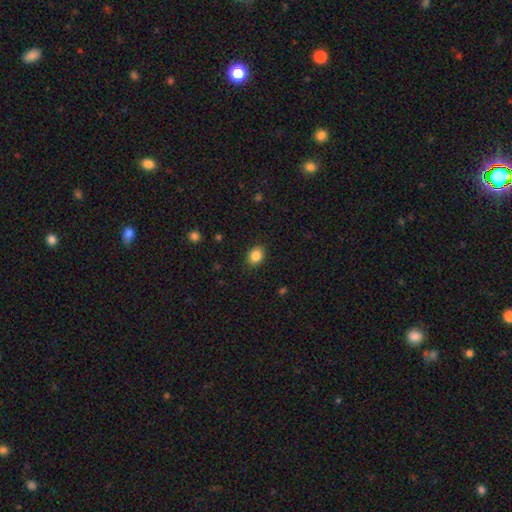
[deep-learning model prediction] A smooth galaxy with no disk features (87%) that is in between round and cigar-shaped (58%). Merging: none (89%).